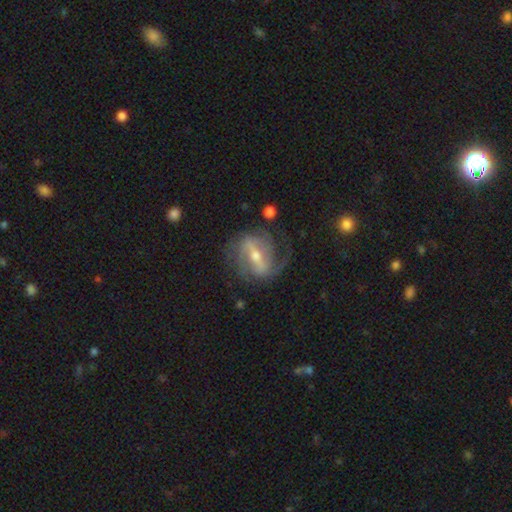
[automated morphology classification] Overall: featured or disk (86%). Edge-on disk: no (94%). Bar: strong (62%; weak 29%). Spiral arms: yes (93%). Spiral arm count: 2 (60%). Spiral winding: medium (45%; tight 31%). Bulge size: moderate (59%; small 35%). Merging: none (66%).